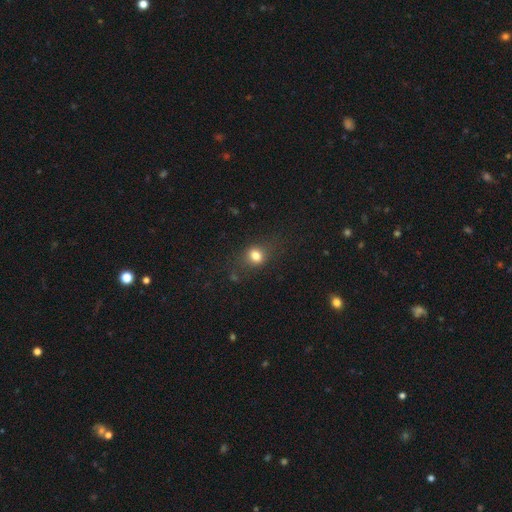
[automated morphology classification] This appears to be a smooth galaxy with no disk features (77%) that is round (61%). Merging: none (76%).